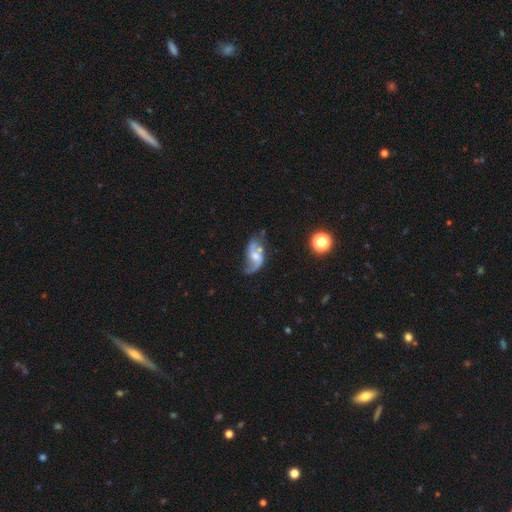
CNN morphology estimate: Overall: featured or disk (76%). Edge-on disk: no (96%). Bar: no (45%; weak 43%). Spiral arms: yes (88%). Spiral arm count: 2 (81%). Spiral winding: loose (71%). Bulge size: moderate (45%; small 34%). Merging: none (43%; minor disturbance 23%).